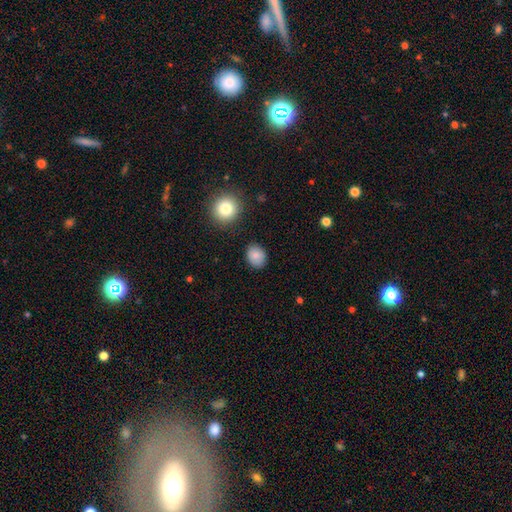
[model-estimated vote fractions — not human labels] Smooth or featured? smooth (84%)
How rounded? round (51%)
Merging? none (84%)